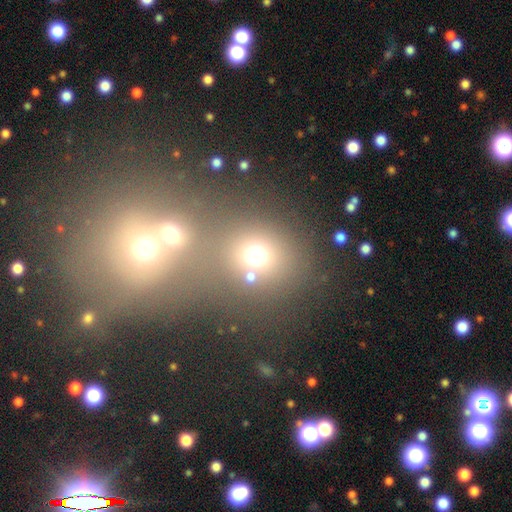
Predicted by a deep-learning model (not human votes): This appears to be a smooth galaxy with no disk features (67%) that is round (80%). Merging: none (55%).